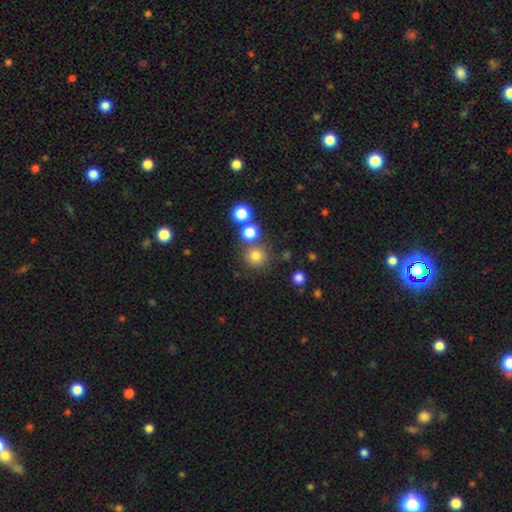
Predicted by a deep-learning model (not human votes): This appears to be a smooth galaxy with no disk features (77%) that is round (93%). Merging: none (74%).